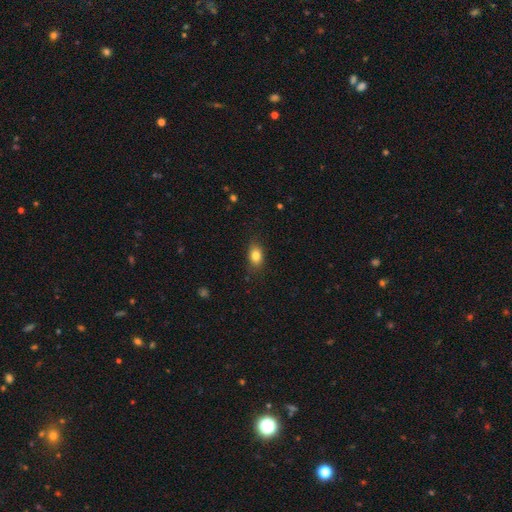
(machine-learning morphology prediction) This appears to be a smooth galaxy with no disk features (83%) that is in between round and cigar-shaped (80%). Merging: none (81%).